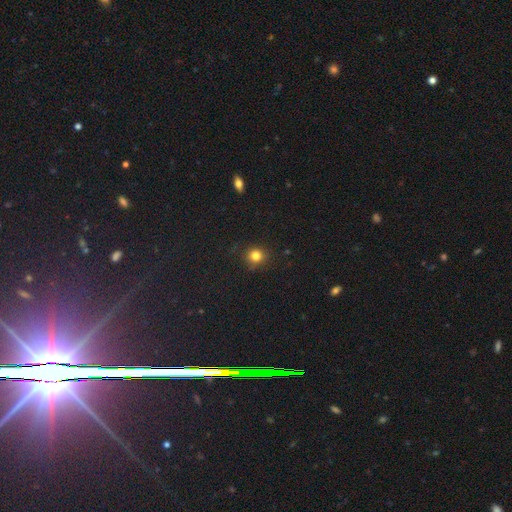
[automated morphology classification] A smooth galaxy with no disk features (81%) that is round (89%).

Vote fractions:
- Smooth or featured? smooth: 81% / star or artifact: 14% / featured or disk: 5%
- How rounded? round: 89% / in between: 10% / cigar-shaped: 1%
- Merging? none: 87% / minor disturbance: 9% / major disturbance: 3% / merger: 1%